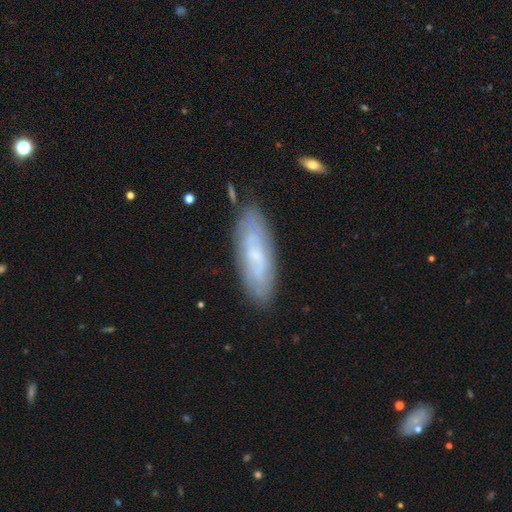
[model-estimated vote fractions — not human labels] Morphology: type=featured or disk (49%); merging=none (80%).